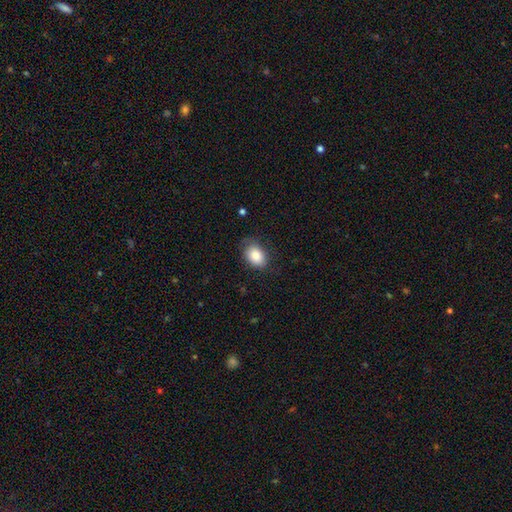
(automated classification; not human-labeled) Smooth or featured? smooth (85%)
How rounded? in between (78%)
Merging? none (71%)